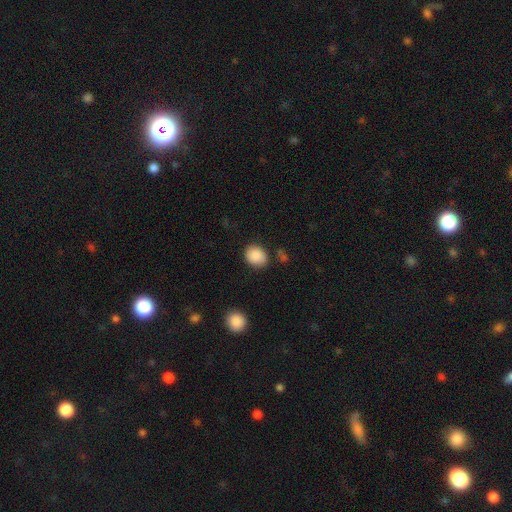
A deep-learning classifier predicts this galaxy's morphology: Overall: smooth (89%). How rounded: round (61%; in between 38%). Merging: none (79%).